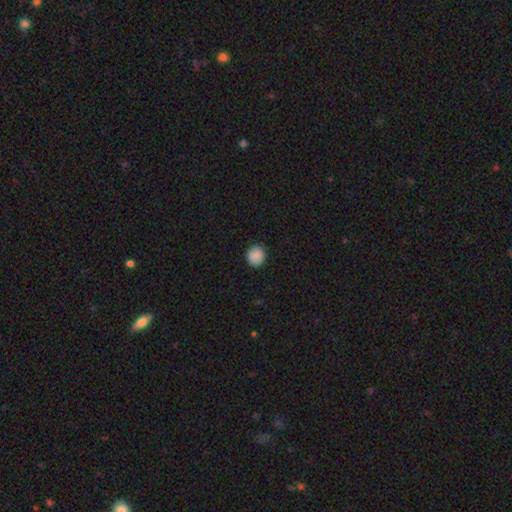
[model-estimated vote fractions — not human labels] smooth-or-featured: smooth: 89% | star or artifact: 9% | featured or disk: 3%
  how-rounded: round: 89% | in between: 10% | cigar-shaped: 1%
  merging: none: 89% | minor disturbance: 8% | major disturbance: 2% | merger: 1%